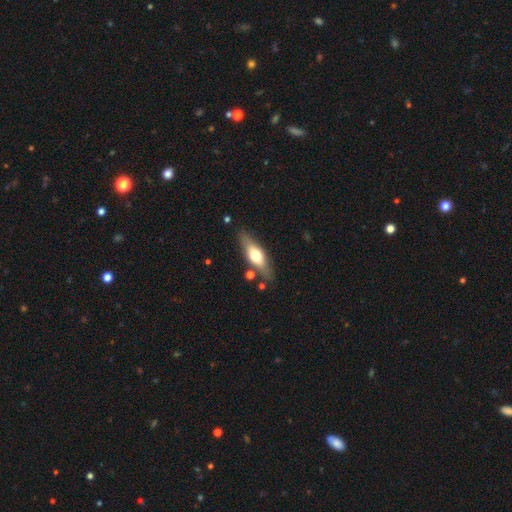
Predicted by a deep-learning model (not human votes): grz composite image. It shows a smooth galaxy with no disk features (51%) that is in between round and cigar-shaped (51%). Merging: none (79%).